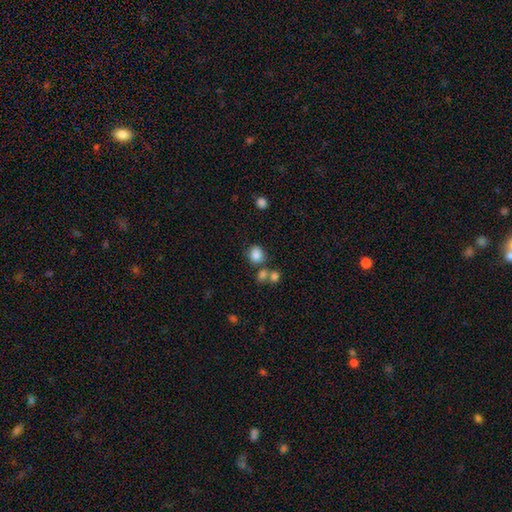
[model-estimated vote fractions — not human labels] Q: Smooth or featured?
A: smooth (83%); runner-up: star or artifact (11%)
Q: How rounded?
A: round (70%); runner-up: in between (29%)
Q: Merging?
A: none (66%); runner-up: merger (17%)